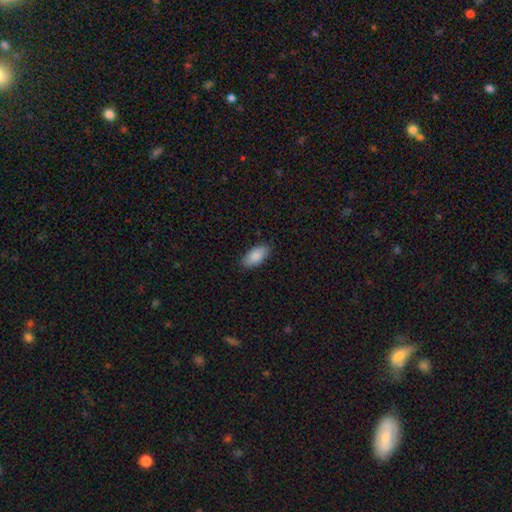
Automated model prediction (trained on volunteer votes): A smooth galaxy with no disk features (89%) that is in between round and cigar-shaped (93%).

Vote fractions:
- Smooth or featured? smooth: 89% / star or artifact: 6% / featured or disk: 6%
- How rounded? in between: 93% / cigar-shaped: 5% / round: 2%
- Merging? none: 85% / minor disturbance: 11% / major disturbance: 2% / merger: 1%